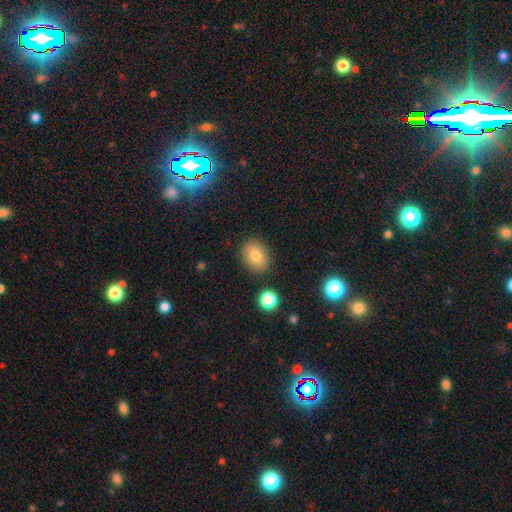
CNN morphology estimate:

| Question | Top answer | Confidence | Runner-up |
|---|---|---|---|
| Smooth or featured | smooth | 79% | featured or disk (11%) |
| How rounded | in between | 57% | round (42%) |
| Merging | none | 86% | minor disturbance (9%) |